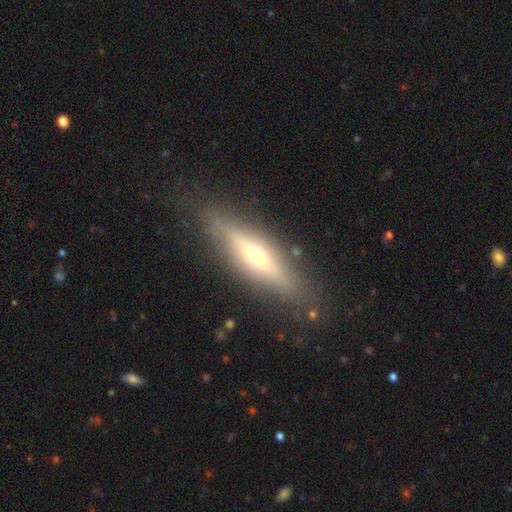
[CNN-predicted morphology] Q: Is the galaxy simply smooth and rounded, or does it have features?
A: featured or disk — 66%.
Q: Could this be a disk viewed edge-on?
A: yes — 89%.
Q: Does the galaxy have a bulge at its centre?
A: rounded — 89%.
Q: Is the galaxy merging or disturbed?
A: none — 83%.